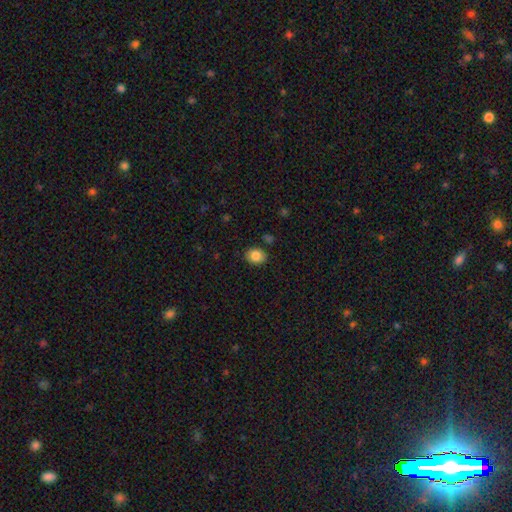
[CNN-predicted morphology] smooth-or-featured: smooth: 85% | star or artifact: 9% | featured or disk: 6%
  how-rounded: in between: 51% | round: 49% | cigar-shaped: 1%
  merging: none: 84% | minor disturbance: 11% | merger: 3% | major disturbance: 3%